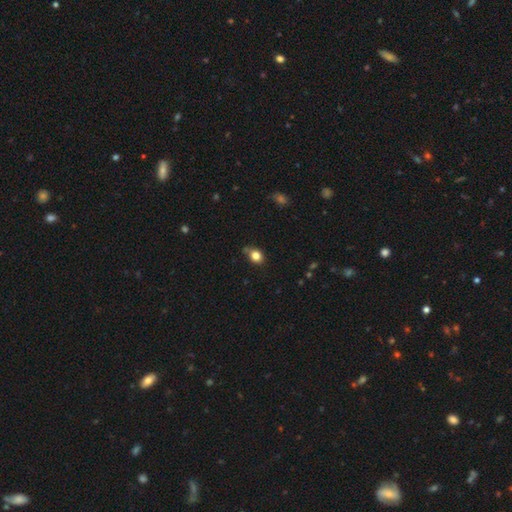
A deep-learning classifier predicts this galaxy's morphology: Smooth or featured?
  - smooth: 82% *
  - star or artifact: 12%
  - featured or disk: 7%
How rounded?
  - round: 55% *
  - in between: 44%
  - cigar-shaped: 1%
Merging?
  - none: 71% *
  - minor disturbance: 19%
  - merger: 6%
  - major disturbance: 4%